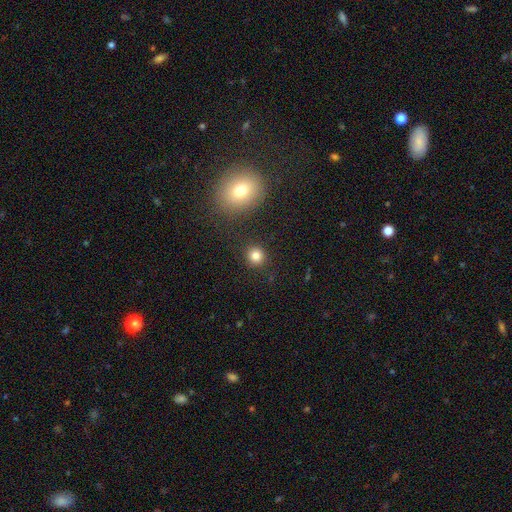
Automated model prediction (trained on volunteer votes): This is clearly a smooth galaxy (82%). How rounded: clearly round (90%). Merging: clearly none (89%).